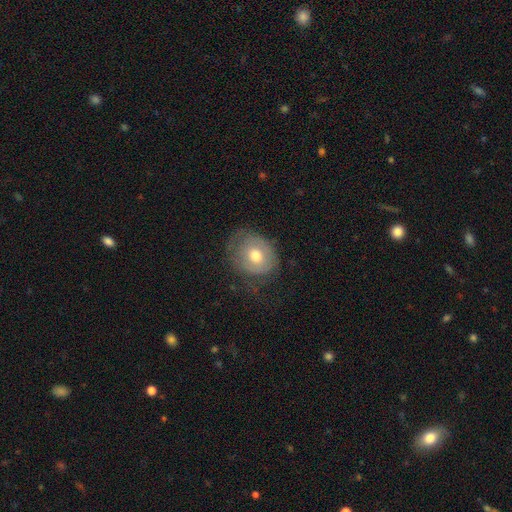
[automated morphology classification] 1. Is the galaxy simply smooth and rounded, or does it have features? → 60% smooth, 32% featured or disk, 7% star or artifact.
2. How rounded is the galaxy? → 62% round, 37% in between, 1% cigar-shaped.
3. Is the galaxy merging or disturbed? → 58% none, 26% minor disturbance, 15% major disturbance, 1% merger.